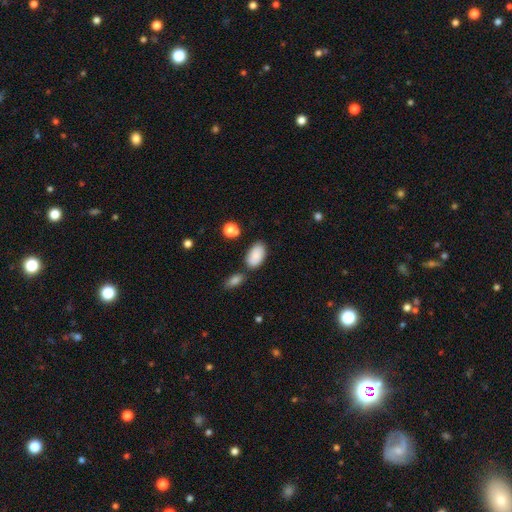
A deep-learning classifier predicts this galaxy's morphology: Q: Smooth or featured?
A: smooth (87%); runner-up: star or artifact (7%)
Q: How rounded?
A: in between (94%); runner-up: round (4%)
Q: Merging?
A: none (72%); runner-up: minor disturbance (14%)